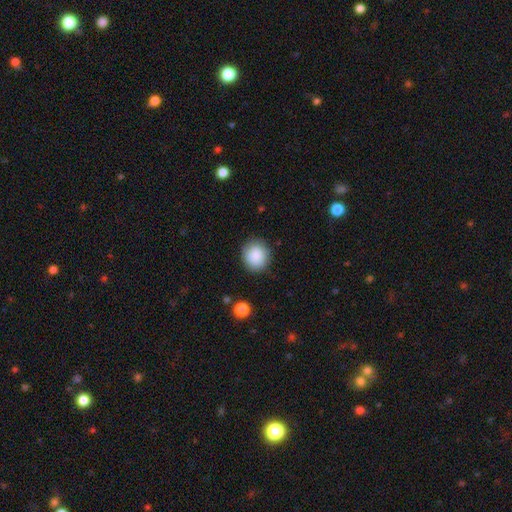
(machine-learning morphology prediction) The model was most divided on "how rounded": round: 85%, in between: 14%, cigar-shaped: 1%. More confident: smooth or featured — smooth (88%); merging — none (86%).